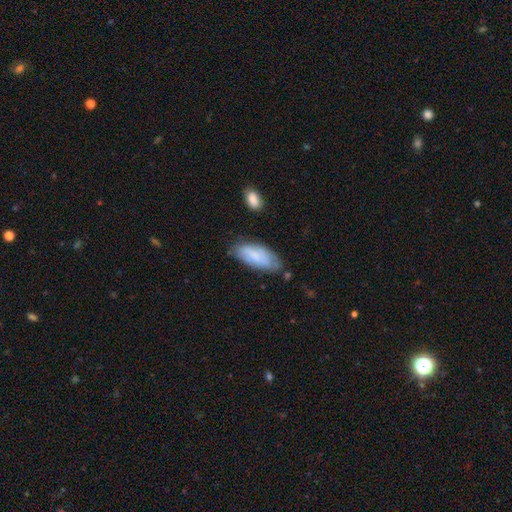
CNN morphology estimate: Smooth or featured: smooth — 71% (featured or disk — 23%)
How rounded: in between — 83% (cigar-shaped — 15%)
Merging: none — 64% (minor disturbance — 26%)